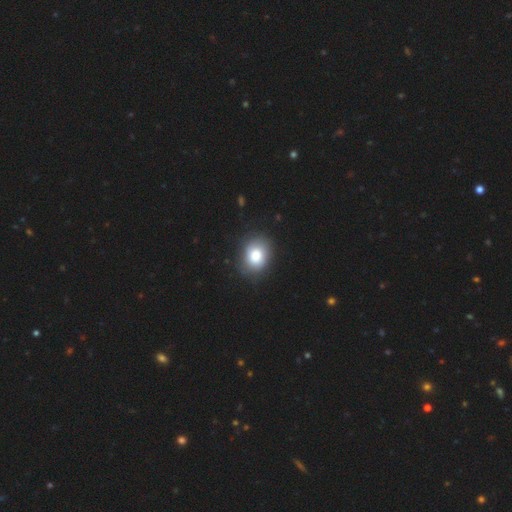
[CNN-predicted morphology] Smooth or featured: smooth — 82% (featured or disk — 10%)
How rounded: in between — 54% (round — 45%)
Merging: none — 79% (minor disturbance — 15%)